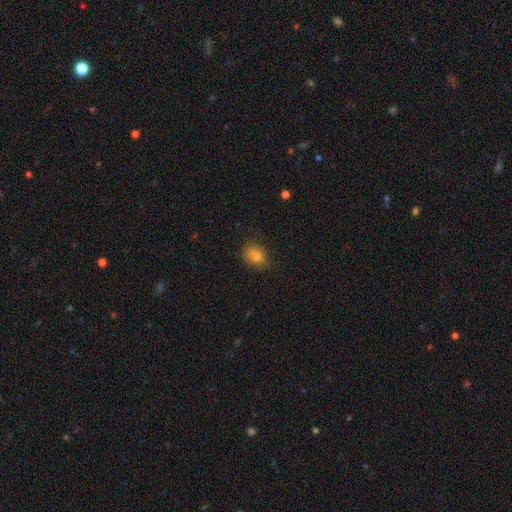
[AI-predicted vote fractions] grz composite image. It shows a smooth galaxy with no disk features (82%) that is in between round and cigar-shaped (61%). Merging: none (79%).